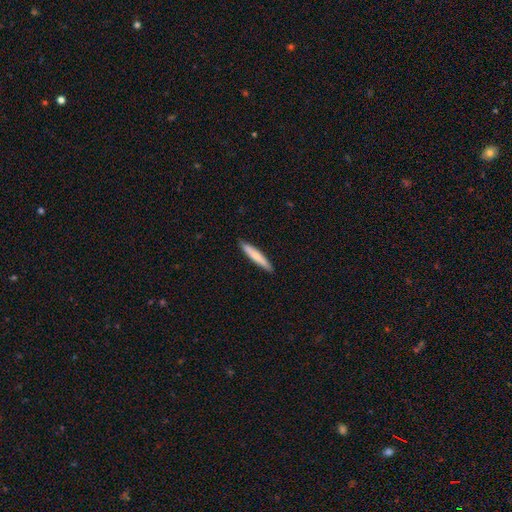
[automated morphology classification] Smooth or featured?
  - smooth: 74% *
  - featured or disk: 21%
  - star or artifact: 5%
How rounded?
  - cigar-shaped: 92% *
  - in between: 7%
  - round: 1%
Merging?
  - none: 90% *
  - minor disturbance: 8%
  - major disturbance: 1%
  - merger: 1%